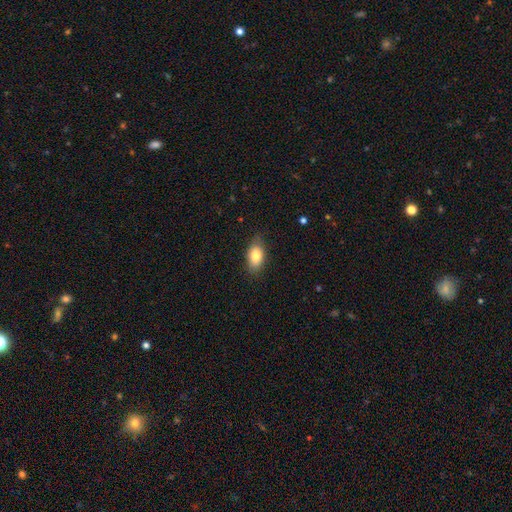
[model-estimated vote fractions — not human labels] Q: Smooth or featured?
A: smooth (82%); runner-up: featured or disk (10%)
Q: How rounded?
A: in between (89%); runner-up: round (7%)
Q: Merging?
A: none (80%); runner-up: minor disturbance (16%)